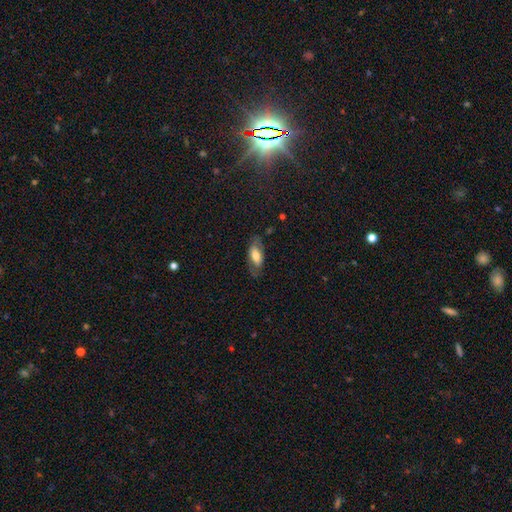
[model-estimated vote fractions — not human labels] smooth-or-featured: smooth: 60% | featured or disk: 33% | star or artifact: 7%
  how-rounded: in between: 85% | cigar-shaped: 12% | round: 3%
  merging: none: 70% | minor disturbance: 20% | major disturbance: 9% | merger: 2%